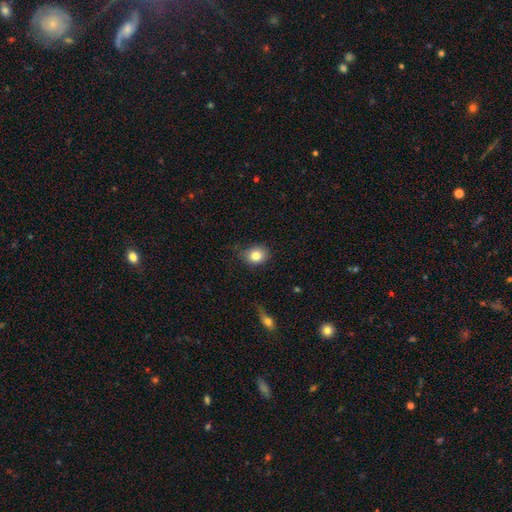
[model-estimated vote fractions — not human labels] Smooth or featured: smooth — 82% (star or artifact — 10%)
How rounded: round — 59% (in between — 40%)
Merging: none — 76% (minor disturbance — 18%)